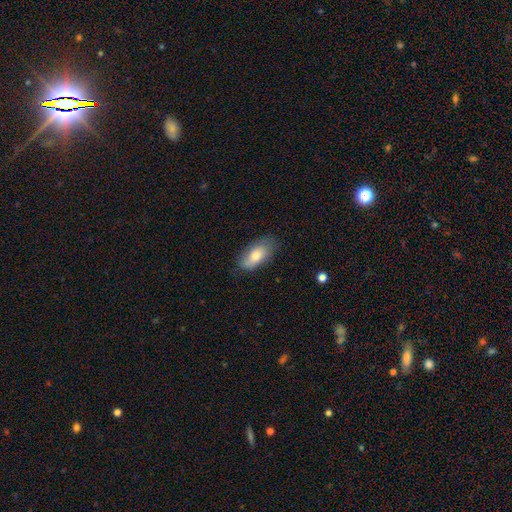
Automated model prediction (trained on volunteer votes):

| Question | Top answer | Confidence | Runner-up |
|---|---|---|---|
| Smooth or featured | smooth | 77% | featured or disk (17%) |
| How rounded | in between | 89% | cigar-shaped (8%) |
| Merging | none | 74% | minor disturbance (20%) |